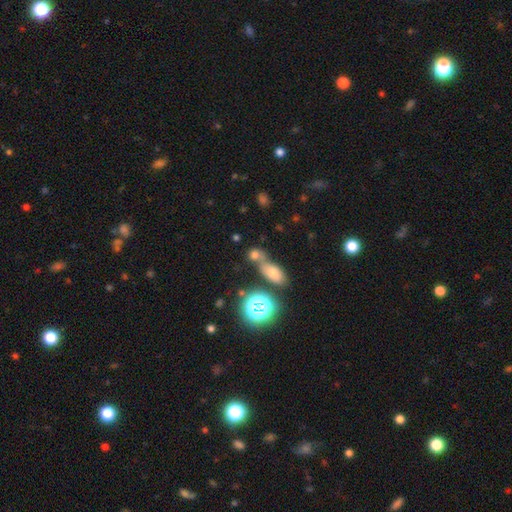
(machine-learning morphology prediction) This appears to be a smooth galaxy with no disk features (56%) that is in between round and cigar-shaped (58%). Merging: none (45%).